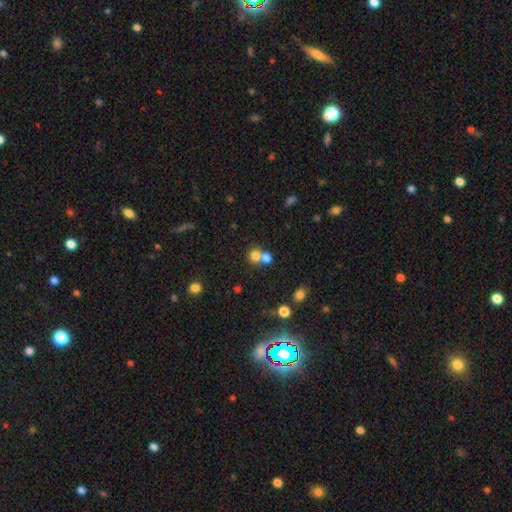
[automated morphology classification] type=smooth (75%); roundness=round (86%); merging=merger (48%).